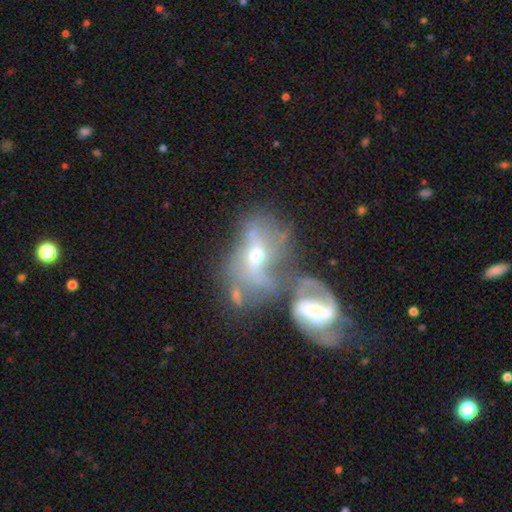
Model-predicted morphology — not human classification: Smooth or featured? Predicted: featured or disk (p=0.72). Edge-on disk? Predicted: no (p=0.93). Bar? Predicted: weak (p=0.37). Spiral arms? Predicted: yes (p=0.75). Spiral winding? Predicted: loose (p=0.47). Spiral arm count? Predicted: 2 (p=0.66). Bulge size? Predicted: moderate (p=0.54). Merging? Predicted: merger (p=0.61).